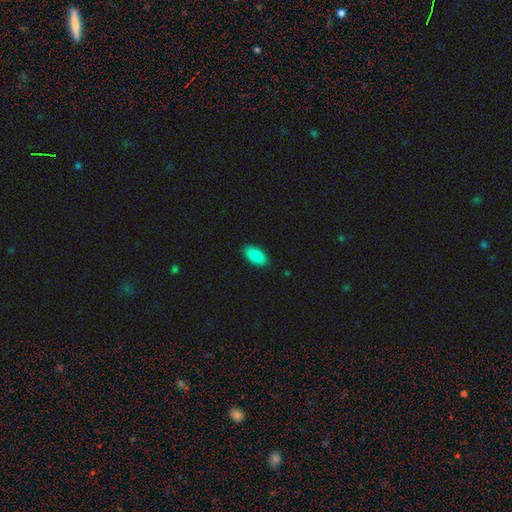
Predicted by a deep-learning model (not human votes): Morphology: type=smooth (89%); roundness=in between (94%); merging=none (89%).